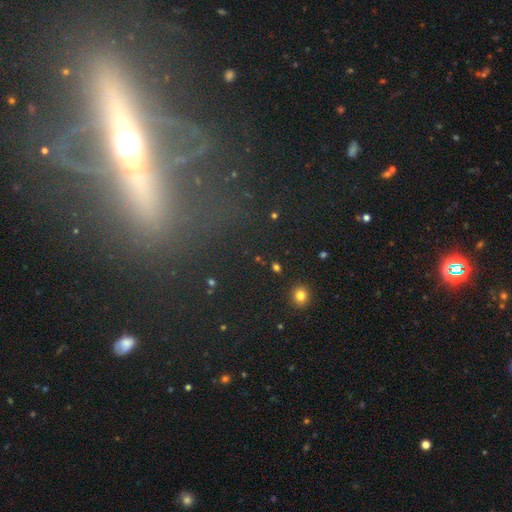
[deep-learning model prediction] Q: Smooth or featured?
A: featured or disk (69%); runner-up: star or artifact (16%)
Q: Edge-on disk?
A: yes (83%); runner-up: no (17%)
Q: Edge-on bulge?
A: rounded (92%); runner-up: boxy (4%)
Q: Merging?
A: none (74%); runner-up: minor disturbance (12%)